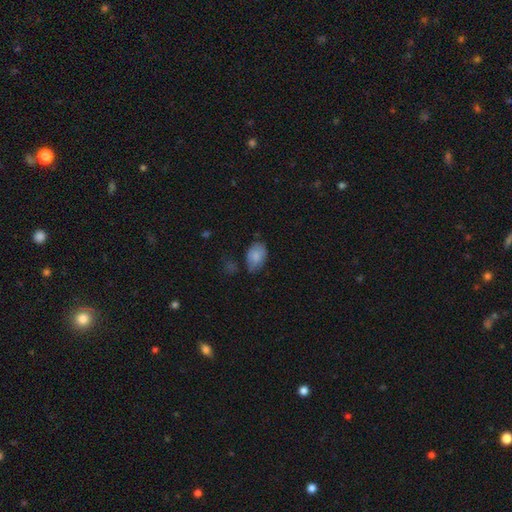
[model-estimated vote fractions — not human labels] Morphology: type=smooth (82%); roundness=in between (88%); merging=none (57%).